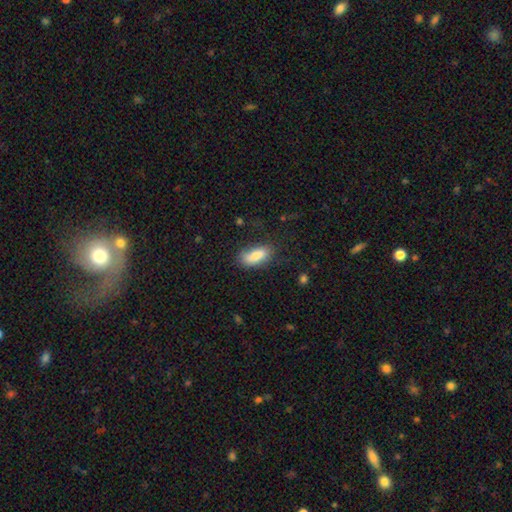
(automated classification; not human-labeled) A smooth galaxy with no disk features (82%) that is in between round and cigar-shaped (80%).

Vote fractions:
- Smooth or featured? smooth: 82% / featured or disk: 10% / star or artifact: 7%
- How rounded? in between: 80% / cigar-shaped: 17% / round: 3%
- Merging? none: 67% / minor disturbance: 23% / major disturbance: 8% / merger: 2%